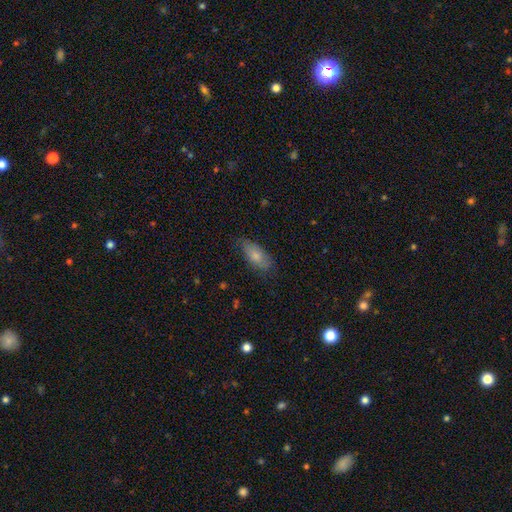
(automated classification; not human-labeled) smooth 77%, featured or disk 17%, star or artifact 7%. Down the decision tree: how rounded — in between (86%); merging — none (72%).